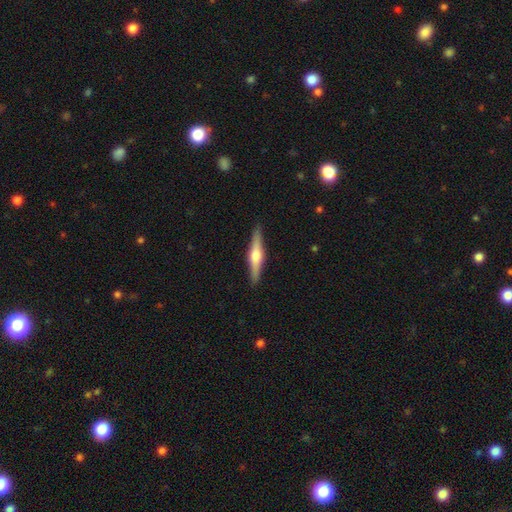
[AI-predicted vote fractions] Smooth or featured? featured or disk (66%)
Edge-on disk? yes (97%)
Edge-on bulge? rounded (92%)
Merging? none (90%)